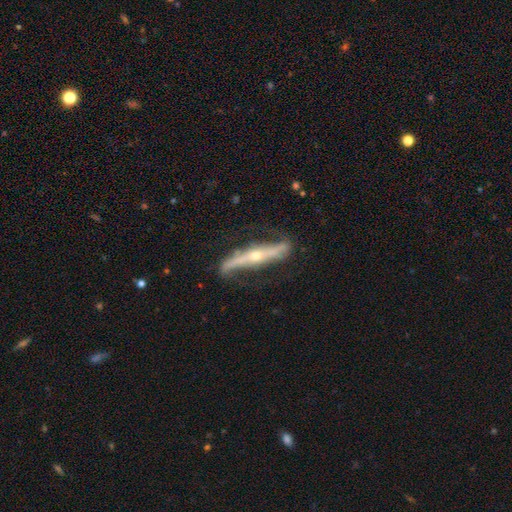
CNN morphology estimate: A featured or disk galaxy (84%) viewed edge-on (66%) with a rounded central bulge (88%). Merging: none (70%).